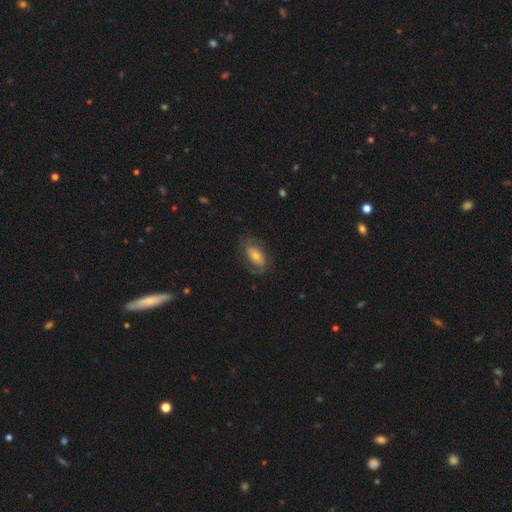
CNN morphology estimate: A smooth galaxy with no disk features (48%). Merging: none (70%).